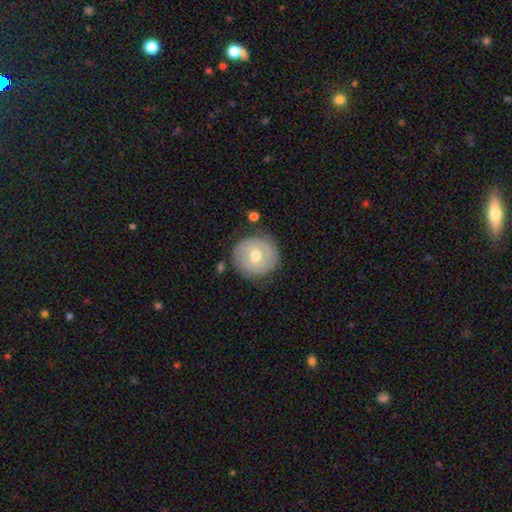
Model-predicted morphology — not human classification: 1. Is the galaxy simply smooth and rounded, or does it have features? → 64% featured or disk, 30% smooth, 6% star or artifact.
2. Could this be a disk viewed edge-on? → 97% no, 3% yes.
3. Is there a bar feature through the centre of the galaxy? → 62% no, 32% weak, 7% strong.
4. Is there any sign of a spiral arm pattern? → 79% yes, 21% no.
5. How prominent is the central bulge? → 76% moderate, 18% small, 4% large, 1% none, 1% dominant.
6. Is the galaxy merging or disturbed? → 80% none, 13% minor disturbance, 4% major disturbance, 2% merger.